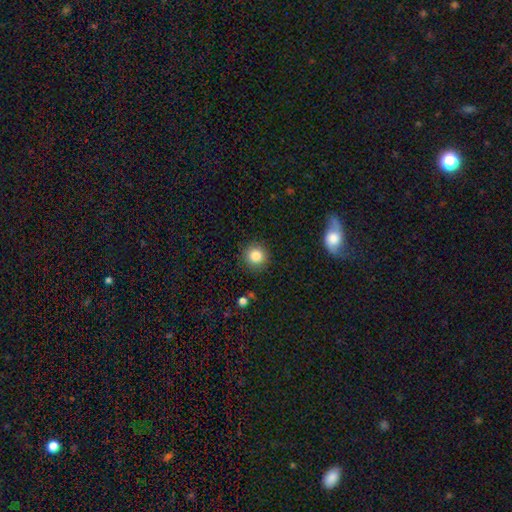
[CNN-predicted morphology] Q: Smooth or featured?
A: smooth (84%); runner-up: star or artifact (10%)
Q: How rounded?
A: round (93%); runner-up: in between (6%)
Q: Merging?
A: none (90%); runner-up: minor disturbance (7%)